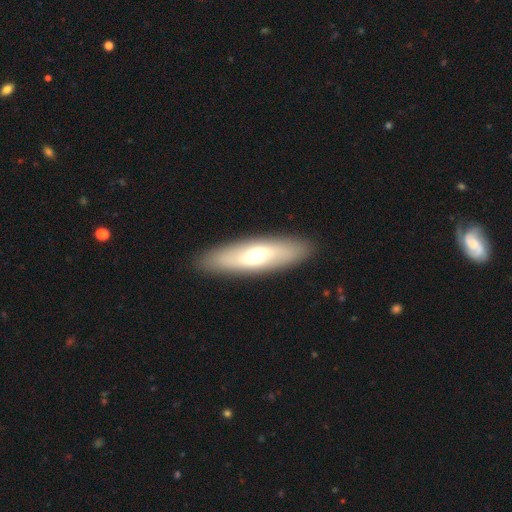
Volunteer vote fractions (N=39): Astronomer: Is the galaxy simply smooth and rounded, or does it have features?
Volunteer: featured or disk — 54% (runner-up: smooth, 44%).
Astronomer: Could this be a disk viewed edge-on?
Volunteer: no — 90%.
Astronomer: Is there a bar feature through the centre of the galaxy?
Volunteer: weak — 47%, tied with no at 47%.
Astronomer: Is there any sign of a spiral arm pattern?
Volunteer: yes — 53% (runner-up: no, 47%).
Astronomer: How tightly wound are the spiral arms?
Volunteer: loose — 70%.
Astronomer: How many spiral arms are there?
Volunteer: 2 — 90%.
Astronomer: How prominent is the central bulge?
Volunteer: moderate — 53% (runner-up: small, 32%).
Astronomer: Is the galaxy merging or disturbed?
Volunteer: none — 97%.